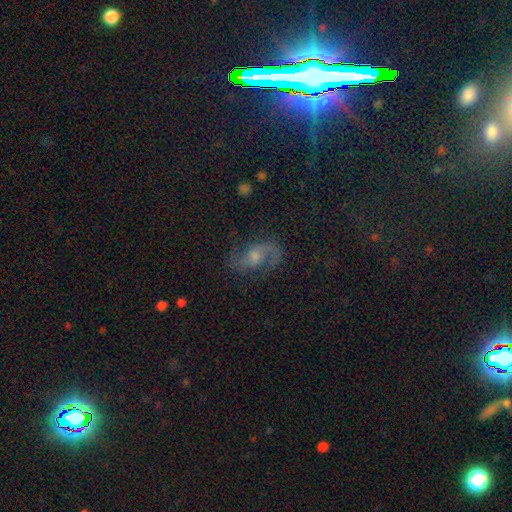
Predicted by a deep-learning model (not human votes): smooth_or_featured: featured or disk (p=0.74) [alt: smooth p=0.14]
disk_edge_on: no (p=0.96) [alt: yes p=0.04]
bar: no (p=0.55) [alt: weak p=0.38]
has_spiral_arms: yes (p=0.94) [alt: no p=0.06]
spiral_winding: medium (p=0.46) [alt: loose p=0.41]
spiral_arm_count: 2 (p=0.88) [alt: 1 p=0.04]
bulge_size: moderate (p=0.55) [alt: small p=0.27]
merging: none (p=0.71) [alt: minor disturbance p=0.16]